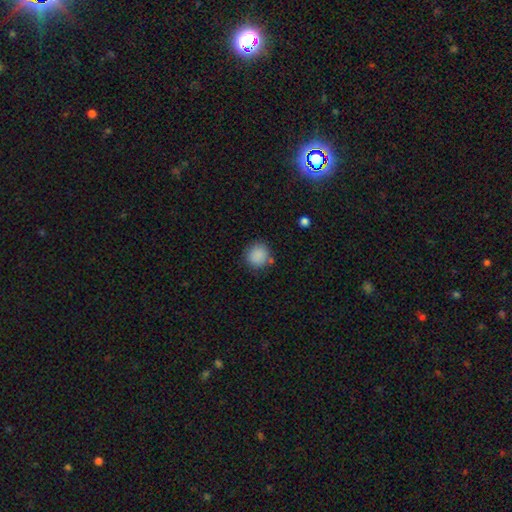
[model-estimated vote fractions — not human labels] smooth-or-featured: smooth: 87% | star or artifact: 9% | featured or disk: 4%
  how-rounded: round: 89% | in between: 10% | cigar-shaped: 1%
  merging: none: 81% | minor disturbance: 11% | merger: 4% | major disturbance: 4%